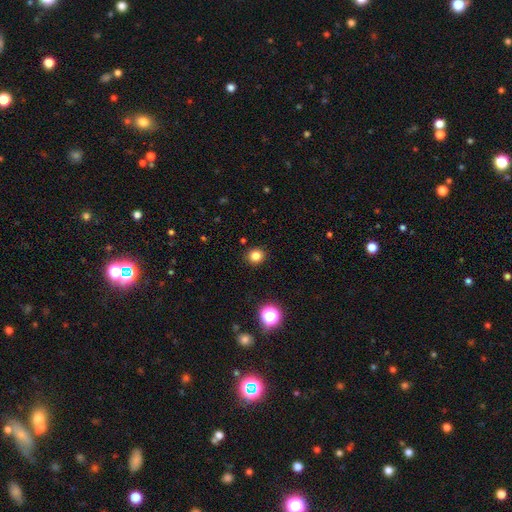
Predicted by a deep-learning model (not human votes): Smooth or featured? smooth (82%)
How rounded? round (86%)
Merging? none (91%)